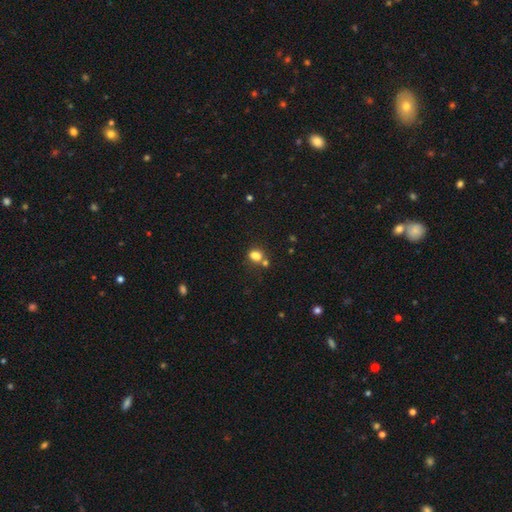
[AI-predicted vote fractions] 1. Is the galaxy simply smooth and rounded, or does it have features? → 76% smooth, 15% star or artifact, 10% featured or disk.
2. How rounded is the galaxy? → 55% in between, 43% round, 2% cigar-shaped.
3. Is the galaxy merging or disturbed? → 44% none, 38% merger, 12% minor disturbance, 6% major disturbance.